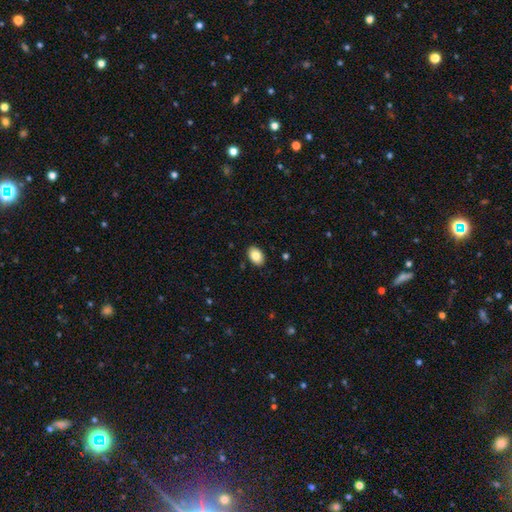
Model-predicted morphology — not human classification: This appears to be a smooth galaxy with no disk features (85%) that is in between round and cigar-shaped (86%). Merging: none (89%).